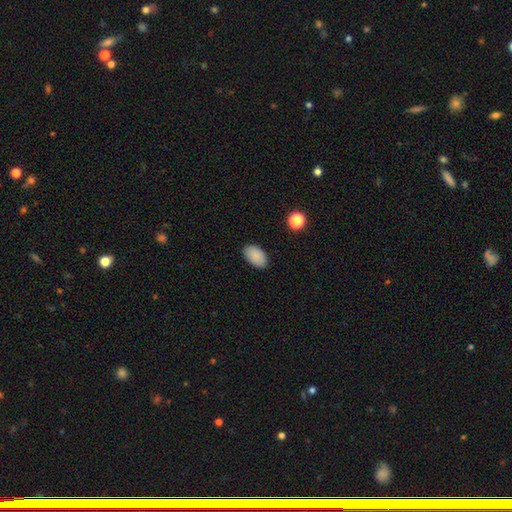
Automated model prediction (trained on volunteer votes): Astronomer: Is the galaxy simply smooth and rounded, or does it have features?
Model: smooth — 88%.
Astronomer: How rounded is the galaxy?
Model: in between — 92%.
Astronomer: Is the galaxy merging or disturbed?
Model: none — 87%.